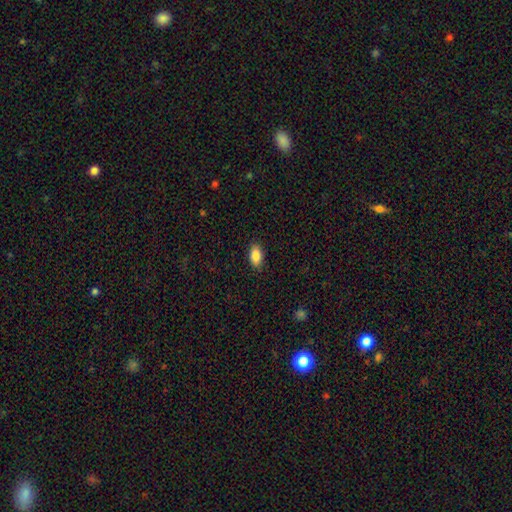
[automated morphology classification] Smooth or featured: smooth — 87% (star or artifact — 8%)
How rounded: in between — 91% (round — 6%)
Merging: none — 89% (minor disturbance — 8%)